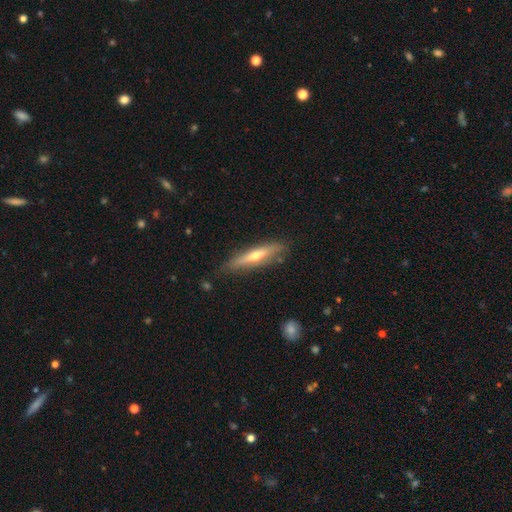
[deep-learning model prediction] smooth_or_featured: featured or disk (p=0.59) [alt: smooth p=0.35]
disk_edge_on: yes (p=0.92) [alt: no p=0.08]
edge_on_bulge: rounded (p=0.85) [alt: none p=0.11]
merging: none (p=0.85) [alt: minor disturbance p=0.11]